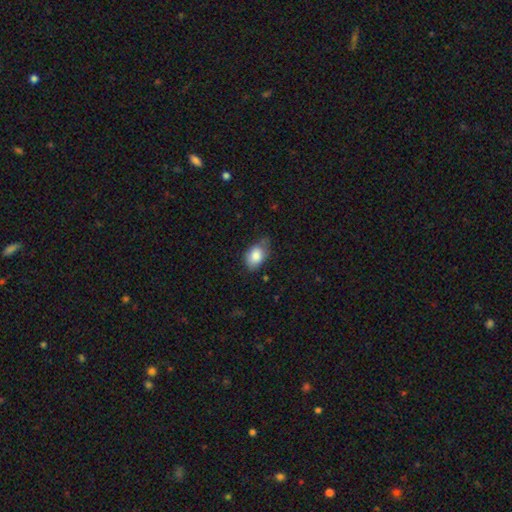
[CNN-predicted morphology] This is clearly a smooth galaxy (83%). How rounded: clearly in between (86%). Merging: possibly none (54%).